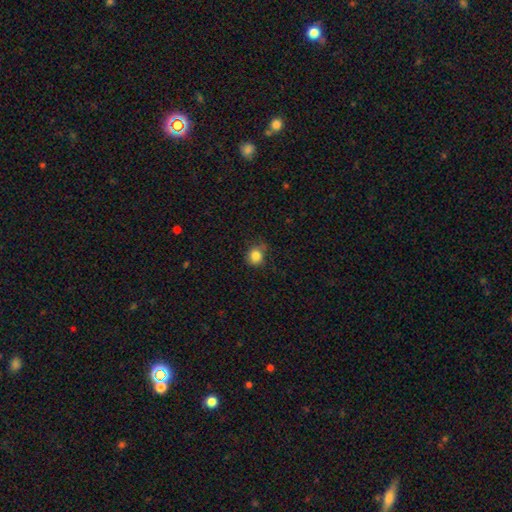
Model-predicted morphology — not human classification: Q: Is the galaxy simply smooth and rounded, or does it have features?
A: smooth — 84%.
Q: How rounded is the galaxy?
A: round — 77%.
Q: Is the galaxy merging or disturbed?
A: none — 66%.